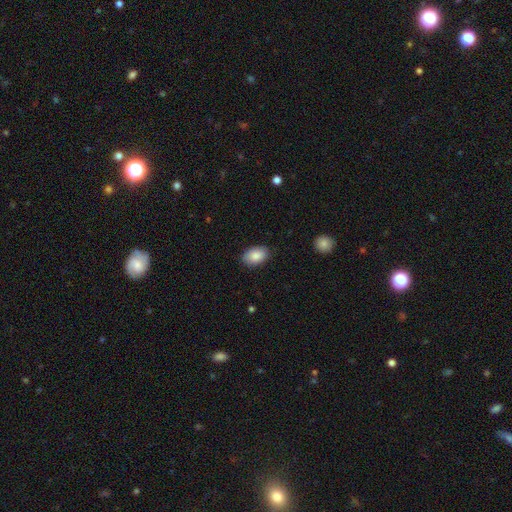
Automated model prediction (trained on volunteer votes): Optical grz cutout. It shows a smooth galaxy with no disk features (87%) that is in between round and cigar-shaped (90%). Merging: none (85%).